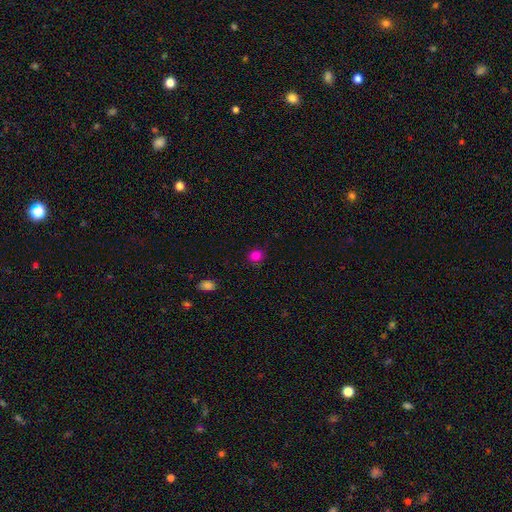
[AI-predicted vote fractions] A smooth galaxy with no disk features (82%) that is round (83%).

Vote fractions:
- Smooth or featured? smooth: 82% / star or artifact: 14% / featured or disk: 5%
- How rounded? round: 83% / in between: 16% / cigar-shaped: 1%
- Merging? none: 87% / minor disturbance: 10% / major disturbance: 2% / merger: 1%